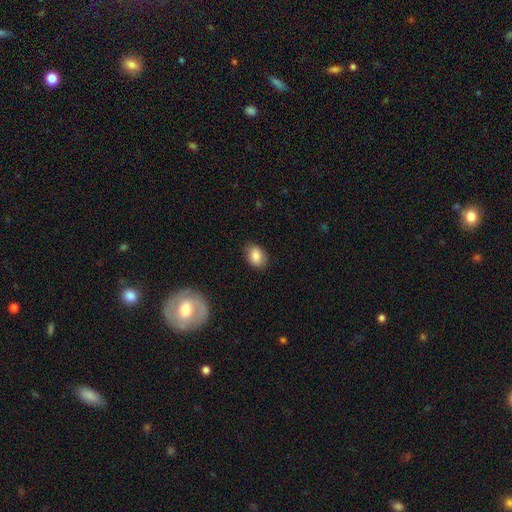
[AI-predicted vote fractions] Overall: smooth (85%). How rounded: in between (78%). Merging: none (84%).